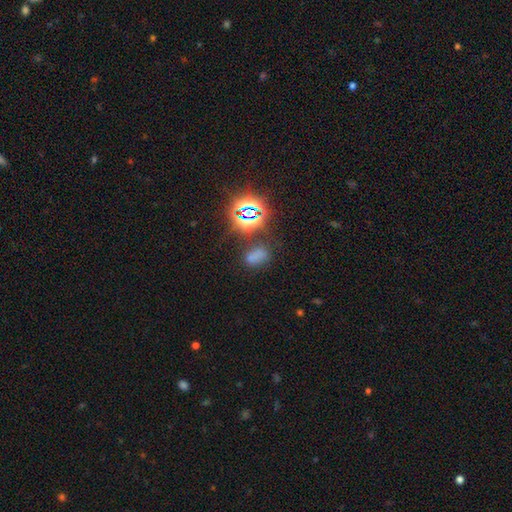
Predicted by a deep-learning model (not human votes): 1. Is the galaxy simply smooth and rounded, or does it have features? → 54% smooth, 37% star or artifact, 10% featured or disk.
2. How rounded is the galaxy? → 78% in between, 18% round, 3% cigar-shaped.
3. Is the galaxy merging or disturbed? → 58% none, 18% minor disturbance, 14% merger, 10% major disturbance.